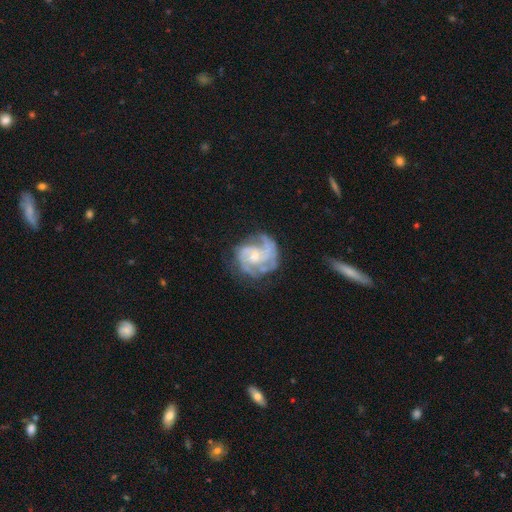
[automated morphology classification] A featured or disk galaxy (88%) with no bar (63%), 2 (34%) tight (52%) spiral arms (96%) and a small central bulge (59%). Merging: none (62%).